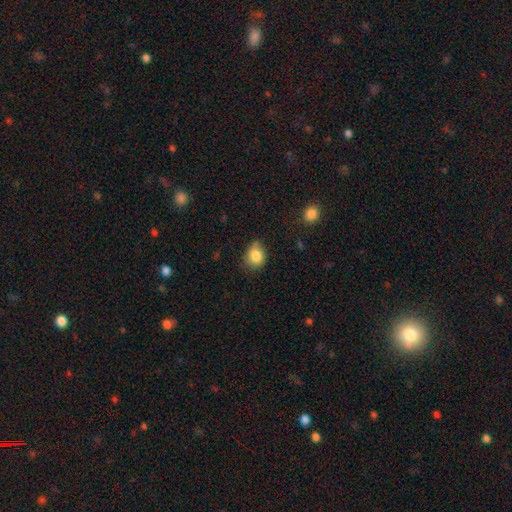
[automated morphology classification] Smooth or featured: smooth — 84% (star or artifact — 9%)
How rounded: round — 57% (in between — 42%)
Merging: none — 65% (minor disturbance — 28%)